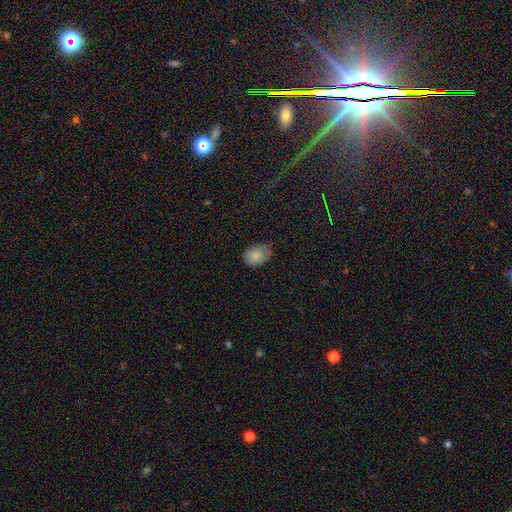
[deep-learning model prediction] Smooth or featured? Predicted: smooth (p=0.84). How rounded? Predicted: in between (p=0.64). Merging? Predicted: none (p=0.65).